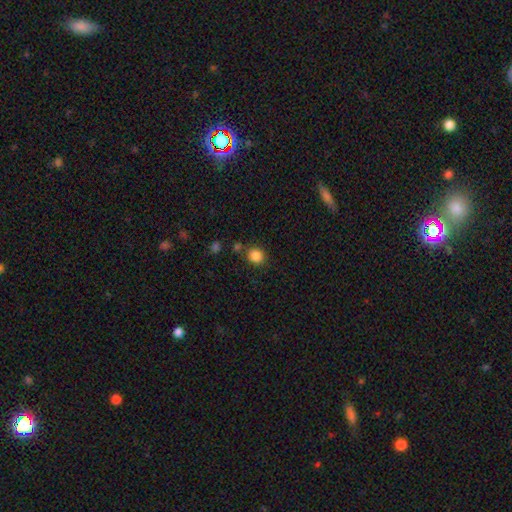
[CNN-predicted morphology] Q: Smooth or featured?
A: smooth (86%); runner-up: star or artifact (10%)
Q: How rounded?
A: round (82%); runner-up: in between (17%)
Q: Merging?
A: none (81%); runner-up: minor disturbance (9%)